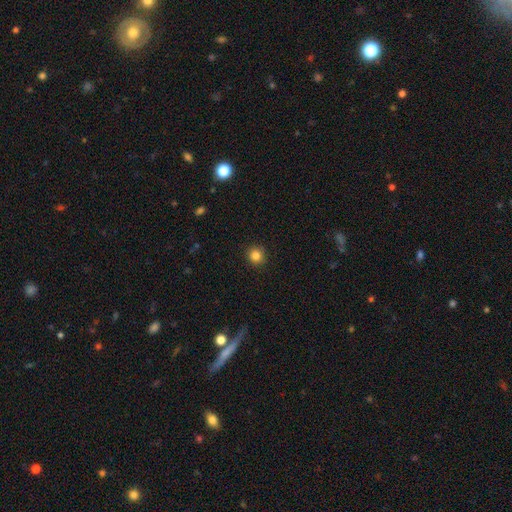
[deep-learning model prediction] This is clearly a smooth galaxy (84%). How rounded: clearly round (93%). Merging: clearly none (91%).